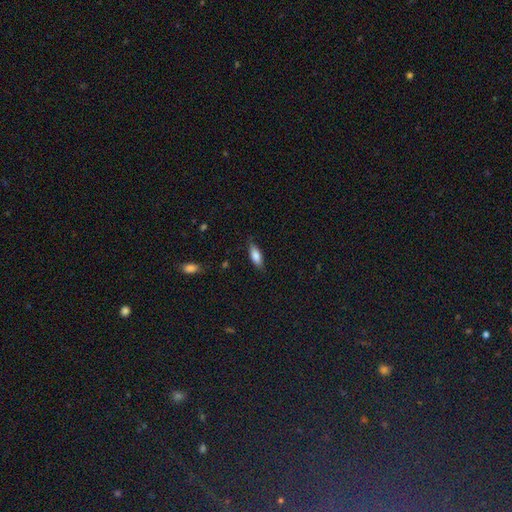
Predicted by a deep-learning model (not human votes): This is clearly a smooth galaxy (81%). How rounded: likely in between (68%). Merging: clearly none (82%).